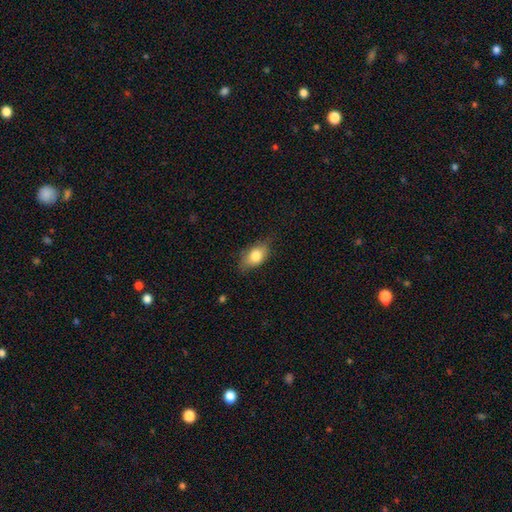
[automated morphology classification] A smooth galaxy with no disk features (78%) that is in between round and cigar-shaped (86%).

Vote fractions:
- Smooth or featured? smooth: 78% / featured or disk: 14% / star or artifact: 7%
- How rounded? in between: 86% / round: 10% / cigar-shaped: 4%
- Merging? none: 68% / minor disturbance: 25% / major disturbance: 5% / merger: 1%